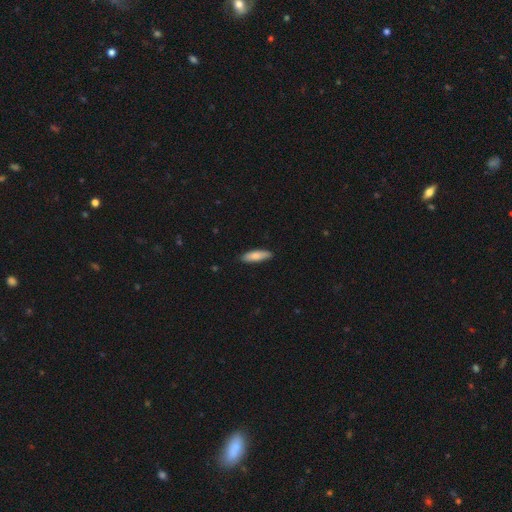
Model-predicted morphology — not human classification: A smooth galaxy with no disk features (81%) that is cigar-shaped (52%). Merging: none (85%).